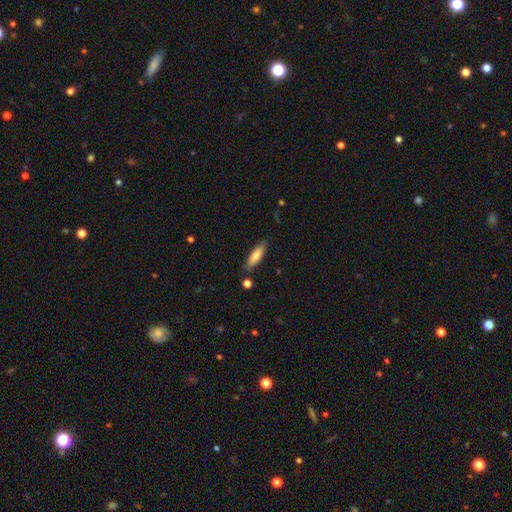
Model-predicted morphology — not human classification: Smooth or featured? smooth (75%)
How rounded? cigar-shaped (55%)
Merging? none (82%)